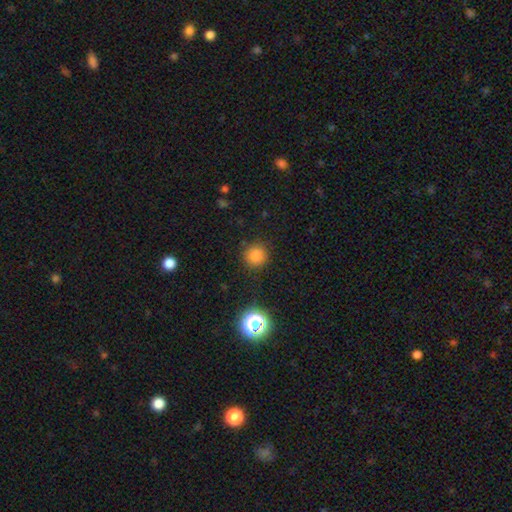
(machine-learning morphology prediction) Smooth or featured? smooth (80%)
How rounded? round (92%)
Merging? none (87%)